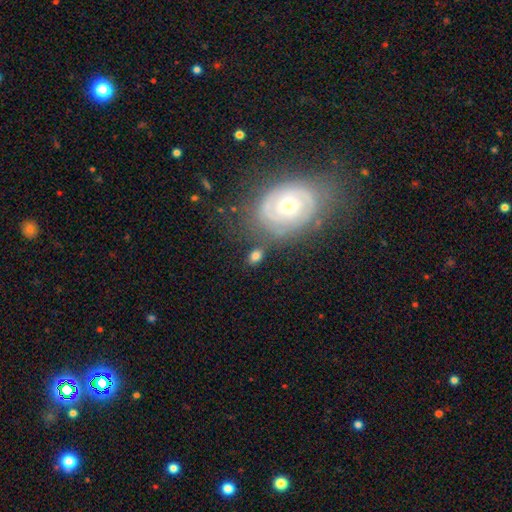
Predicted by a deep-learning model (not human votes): Smooth or featured: smooth — 60% (featured or disk — 29%)
How rounded: in between — 75% (round — 22%)
Merging: none — 66% (minor disturbance — 16%)